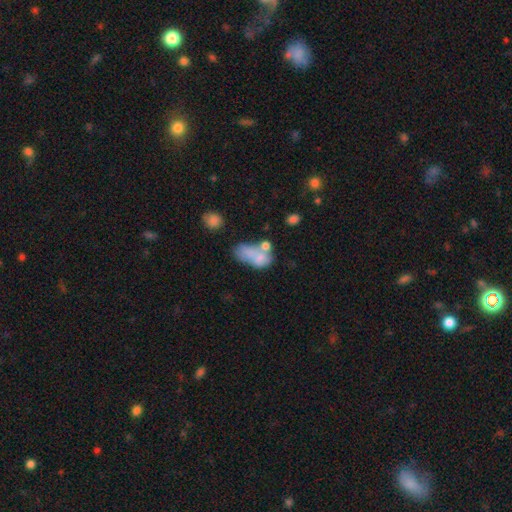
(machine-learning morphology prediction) Smooth or featured: smooth — 60% (featured or disk — 29%)
How rounded: in between — 86% (round — 11%)
Merging: merger — 39% (none — 22%)